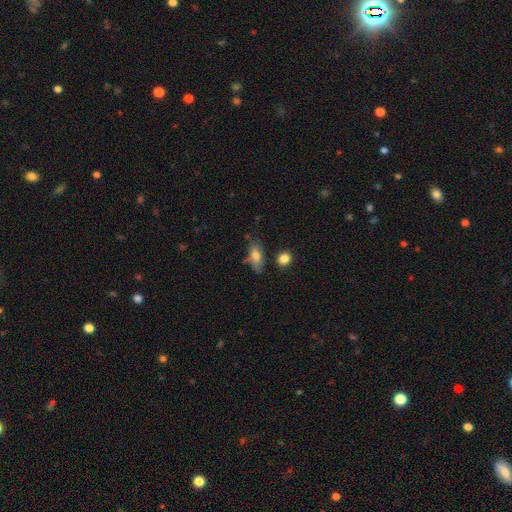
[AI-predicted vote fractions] Smooth or featured? Predicted: smooth (p=0.75). How rounded? Predicted: in between (p=0.80). Merging? Predicted: none (p=0.60).